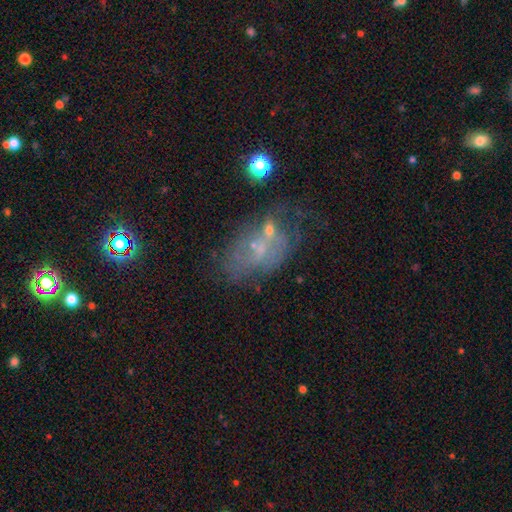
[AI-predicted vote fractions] Smooth or featured? Predicted: featured or disk (p=0.51). Edge-on disk? Predicted: no (p=0.95). Merging? Predicted: none (p=0.38).